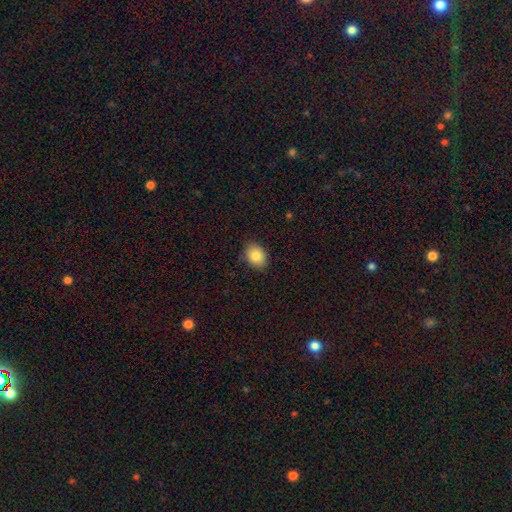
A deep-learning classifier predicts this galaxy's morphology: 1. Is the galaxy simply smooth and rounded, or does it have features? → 85% smooth, 8% star or artifact, 7% featured or disk.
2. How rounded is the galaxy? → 67% in between, 32% round, 1% cigar-shaped.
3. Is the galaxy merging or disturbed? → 86% none, 11% minor disturbance, 2% major disturbance, 1% merger.